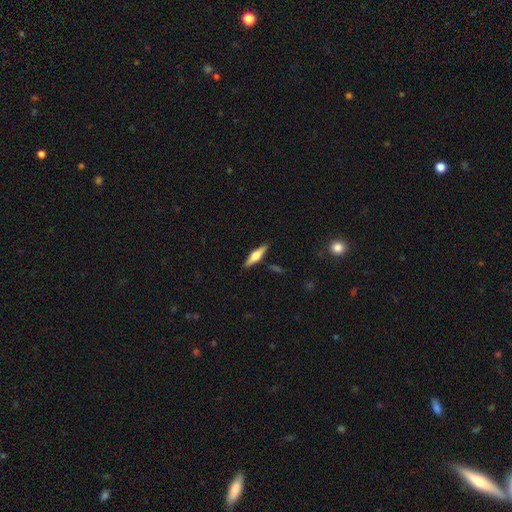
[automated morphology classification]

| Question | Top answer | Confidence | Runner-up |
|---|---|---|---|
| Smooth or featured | featured or disk | 63% | smooth (32%) |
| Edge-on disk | yes | 96% | no (4%) |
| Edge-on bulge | rounded | 92% | boxy (6%) |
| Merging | none | 88% | minor disturbance (8%) |